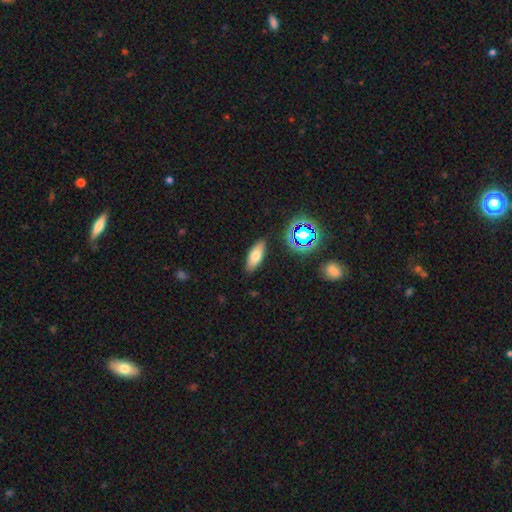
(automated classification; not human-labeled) A smooth galaxy with no disk features (72%) that is in between round and cigar-shaped (74%). Merging: none (87%).